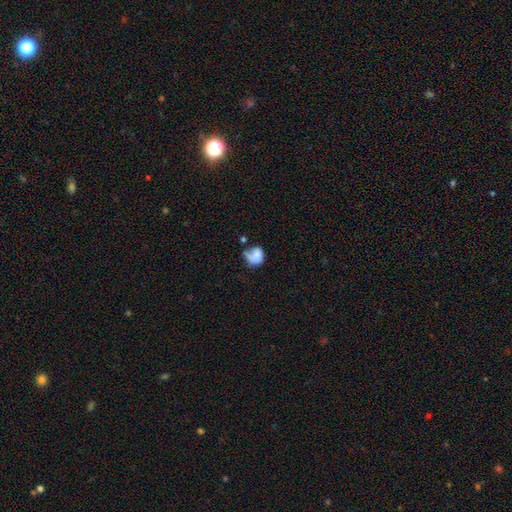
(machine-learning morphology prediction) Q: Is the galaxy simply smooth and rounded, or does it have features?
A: smooth — 66%.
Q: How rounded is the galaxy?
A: round — 59%.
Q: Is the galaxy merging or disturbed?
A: none — 31%.